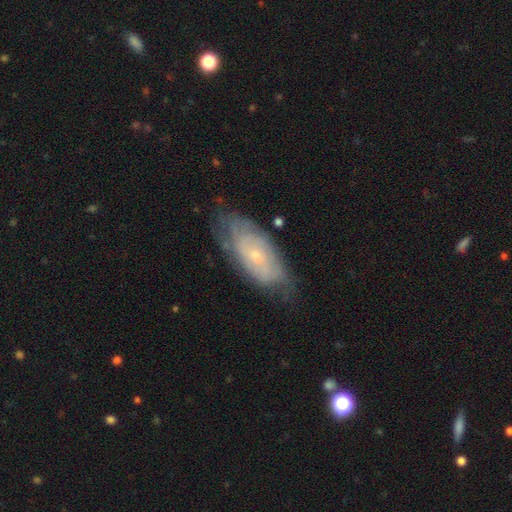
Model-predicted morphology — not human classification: Smooth or featured: featured or disk — 65% (smooth — 28%)
Edge-on disk: no — 89% (yes — 11%)
Bar: no — 67% (weak — 29%)
Spiral arms: yes — 81% (no — 19%)
Bulge size: small — 69% (moderate — 26%)
Merging: none — 66% (minor disturbance — 25%)